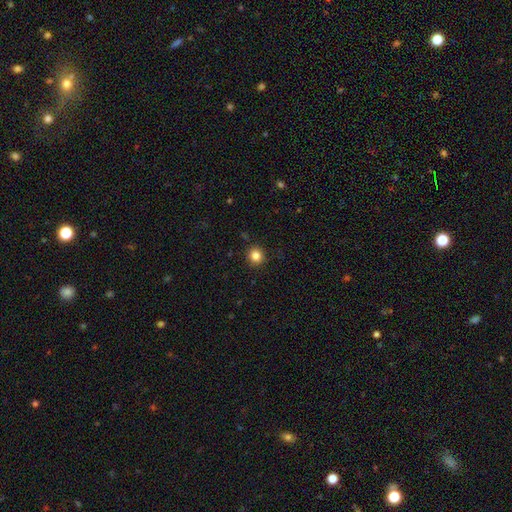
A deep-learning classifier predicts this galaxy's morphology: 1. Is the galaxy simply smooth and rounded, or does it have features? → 84% smooth, 11% star or artifact, 5% featured or disk.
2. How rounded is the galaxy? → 92% round, 7% in between, 1% cigar-shaped.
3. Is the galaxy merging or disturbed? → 92% none, 6% minor disturbance, 2% major disturbance, 1% merger.